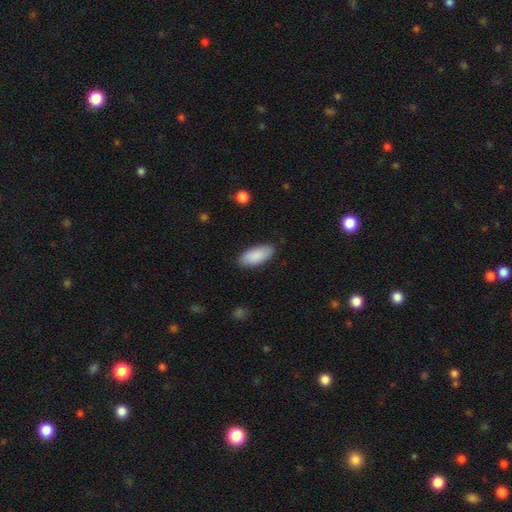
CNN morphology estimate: Smooth or featured? Predicted: smooth (p=0.89). How rounded? Predicted: in between (p=0.89). Merging? Predicted: none (p=0.87).